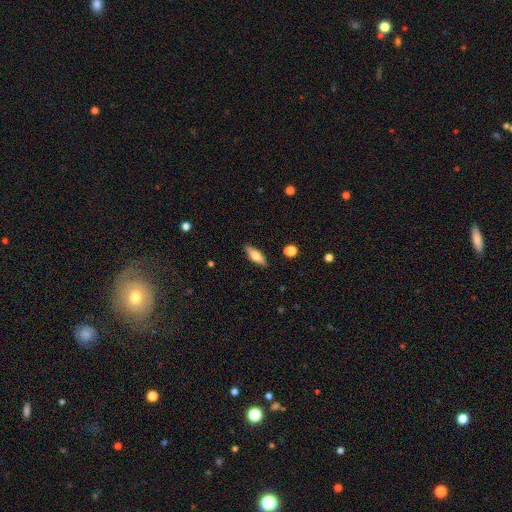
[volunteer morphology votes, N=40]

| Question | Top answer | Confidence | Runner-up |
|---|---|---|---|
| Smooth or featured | smooth | 55% | featured or disk (38%) |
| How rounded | in between | 73% | cigar-shaped (23%) |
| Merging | none | 86% | minor disturbance (11%) |